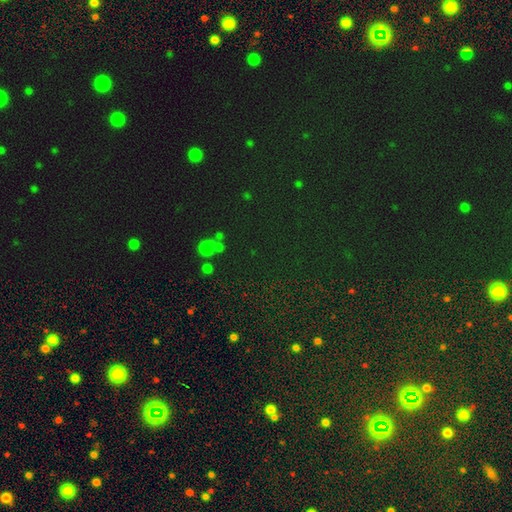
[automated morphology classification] Smooth or featured? Predicted: star or artifact (p=0.74).